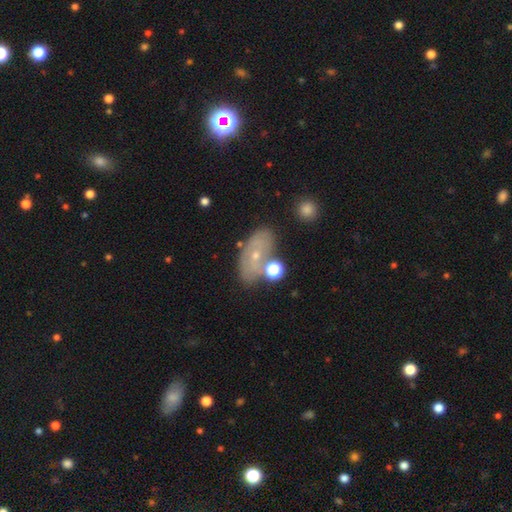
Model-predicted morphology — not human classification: smooth-or-featured: featured or disk: 47% | smooth: 39% | star or artifact: 14%
  merging: none: 61% | minor disturbance: 19% | merger: 13% | major disturbance: 7%